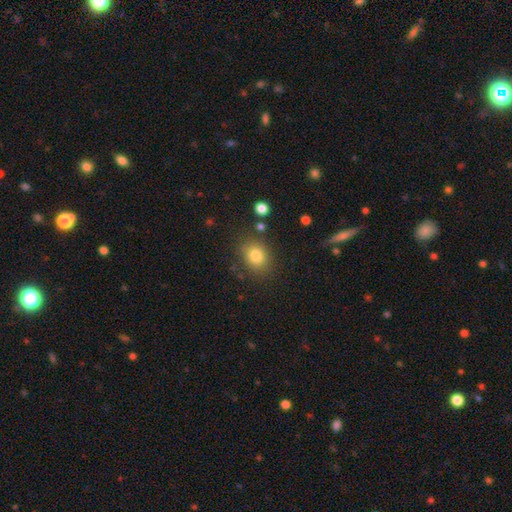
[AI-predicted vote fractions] Smooth or featured?
  - smooth: 81% *
  - star or artifact: 11%
  - featured or disk: 8%
How rounded?
  - round: 59% *
  - in between: 40%
  - cigar-shaped: 1%
Merging?
  - none: 81% *
  - minor disturbance: 12%
  - major disturbance: 4%
  - merger: 4%